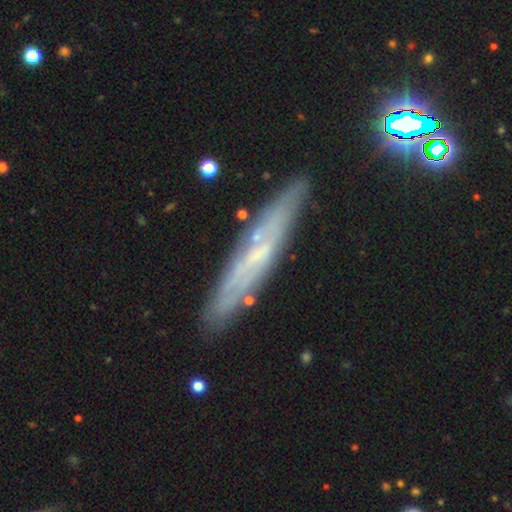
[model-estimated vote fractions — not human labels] Smooth or featured: featured or disk — 63% (smooth — 28%)
Edge-on disk: yes — 71% (no — 29%)
Merging: none — 83% (minor disturbance — 12%)